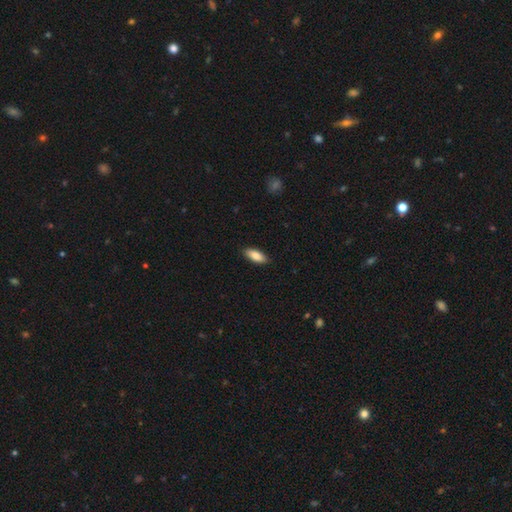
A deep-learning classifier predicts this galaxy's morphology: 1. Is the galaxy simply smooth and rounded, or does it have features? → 85% smooth, 9% featured or disk, 6% star or artifact.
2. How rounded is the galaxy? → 79% in between, 19% cigar-shaped, 2% round.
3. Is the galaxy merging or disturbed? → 89% none, 9% minor disturbance, 2% major disturbance, 1% merger.